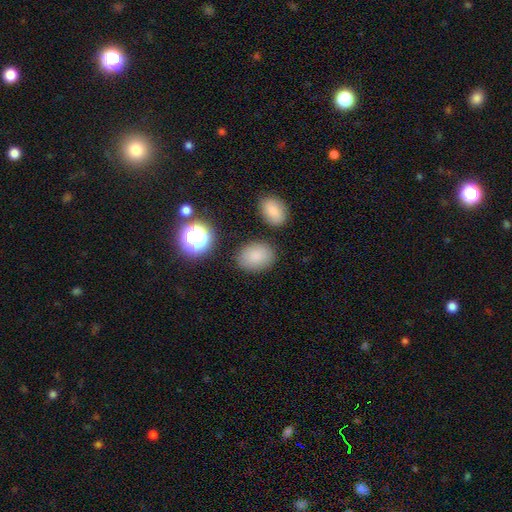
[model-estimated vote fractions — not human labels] The model was most divided on "how rounded": in between: 76%, round: 23%, cigar-shaped: 1%. More confident: smooth or featured — smooth (84%); merging — none (81%).